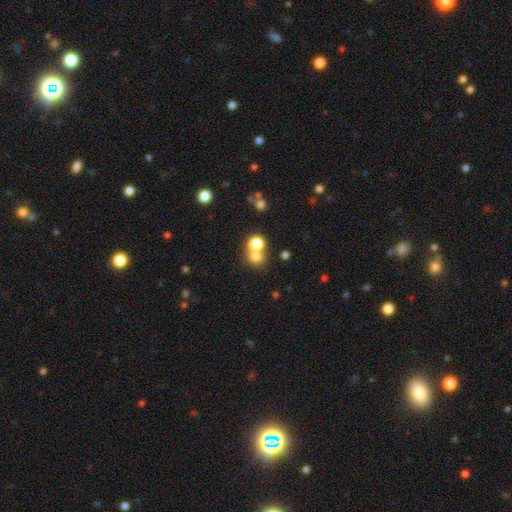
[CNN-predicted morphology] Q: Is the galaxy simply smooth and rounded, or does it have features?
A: smooth — 74%.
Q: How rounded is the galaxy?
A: round — 79%.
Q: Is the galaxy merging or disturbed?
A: none — 46%.